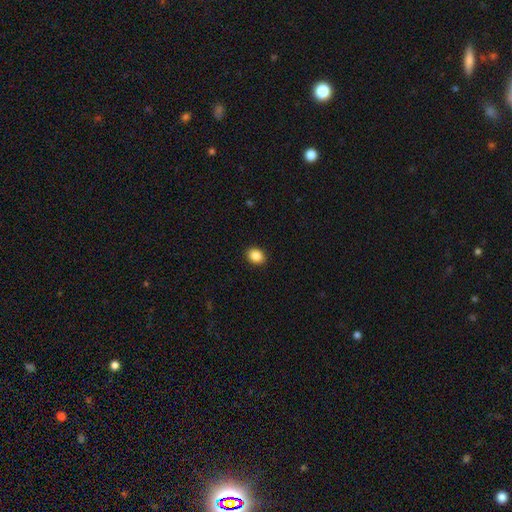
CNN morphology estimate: This appears to be a smooth galaxy with no disk features (88%) that is in between round and cigar-shaped (54%). Merging: none (91%).